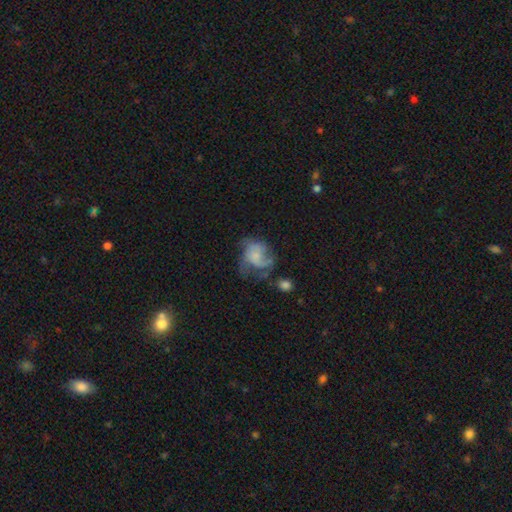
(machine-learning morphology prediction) Smooth or featured?
  - featured or disk: 55% *
  - smooth: 35%
  - star or artifact: 10%
Edge-on disk?
  - no: 98% *
  - yes: 2%
Bar?
  - no: 78% *
  - weak: 20%
  - strong: 3%
Spiral arms?
  - yes: 73% *
  - no: 27%
Bulge size?
  - small: 43% *
  - none: 26%
  - moderate: 24%
  - large: 6%
  - dominant: 2%
Merging?
  - major disturbance: 36% * (tied)
  - none: 36% * (tied)
  - minor disturbance: 23%
  - merger: 5%